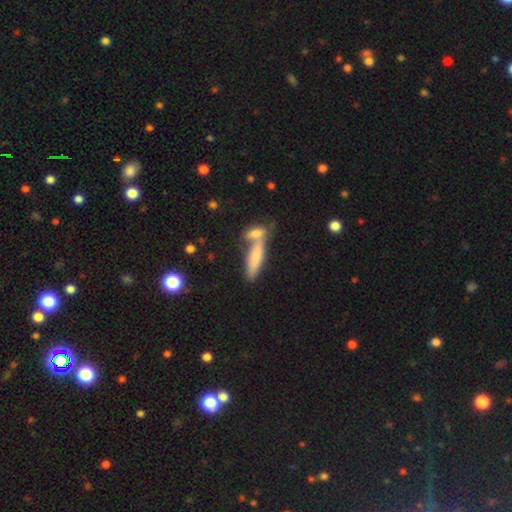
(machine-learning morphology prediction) Smooth or featured? smooth (73%)
How rounded? cigar-shaped (70%)
Merging? none (48%)